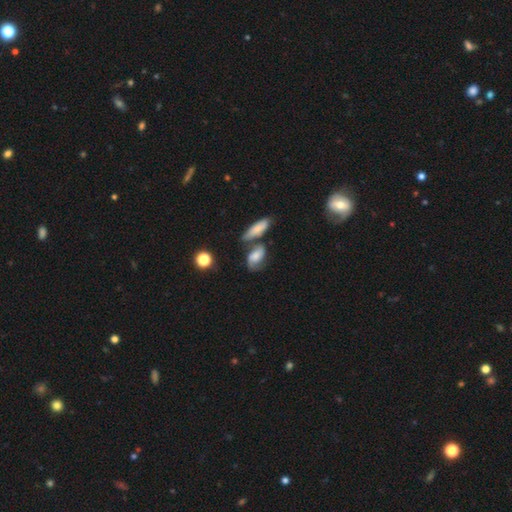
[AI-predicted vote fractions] This is possibly a featured or disk galaxy (55%). It is clearly not viewed edge-on (93%). Bar: possibly no (52%). Spiral arm pattern: clearly yes (90%). Central bulge: marginally moderate (38%). Merging: possibly none (47%).